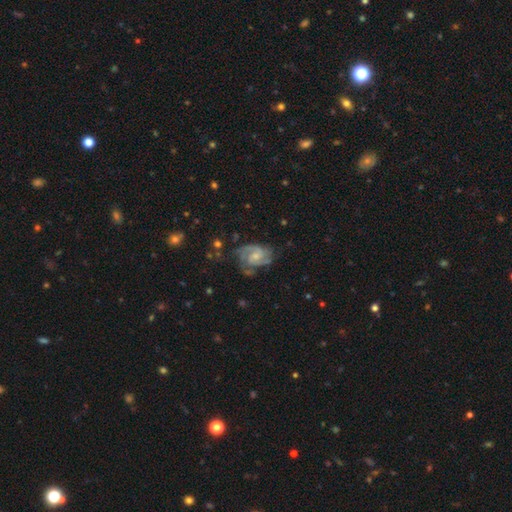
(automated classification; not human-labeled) Morphology: type=featured or disk (86%); edge-on=no (98%); bar=no (51%); spiral arms=yes (97%); winding=medium (48%); arm count=2 (64%); bulge=small (50%); merging=none (60%).